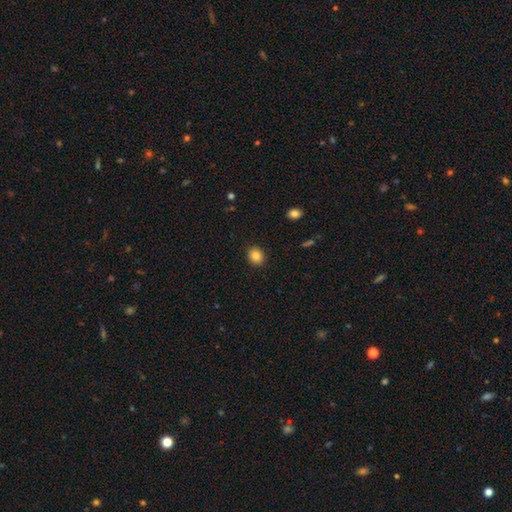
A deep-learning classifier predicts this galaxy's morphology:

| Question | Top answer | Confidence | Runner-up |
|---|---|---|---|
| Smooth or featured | smooth | 85% | star or artifact (10%) |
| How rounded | round | 68% | in between (31%) |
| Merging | none | 90% | minor disturbance (7%) |